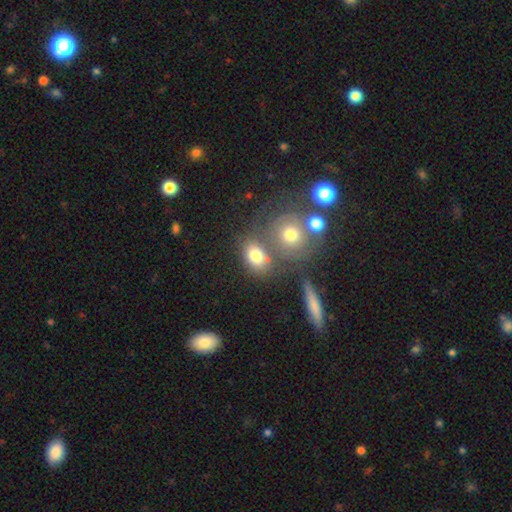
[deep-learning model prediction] smooth 71%, featured or disk 15%, star or artifact 13%. Down the decision tree: how rounded — in between (64%); merging — none (49%).